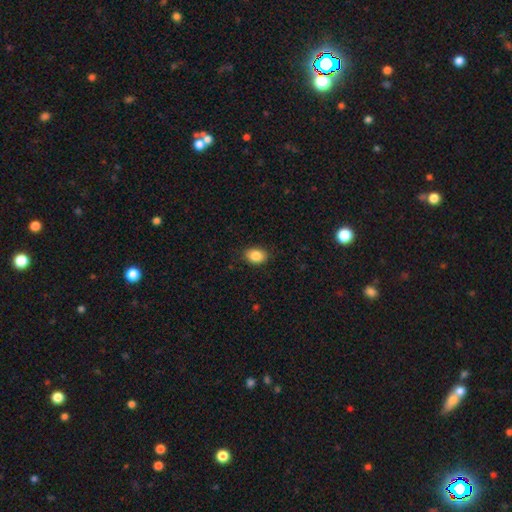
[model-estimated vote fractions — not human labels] smooth-or-featured: smooth: 86% | star or artifact: 8% | featured or disk: 5%
  how-rounded: in between: 74% | round: 25% | cigar-shaped: 1%
  merging: none: 88% | minor disturbance: 9% | major disturbance: 2% | merger: 1%